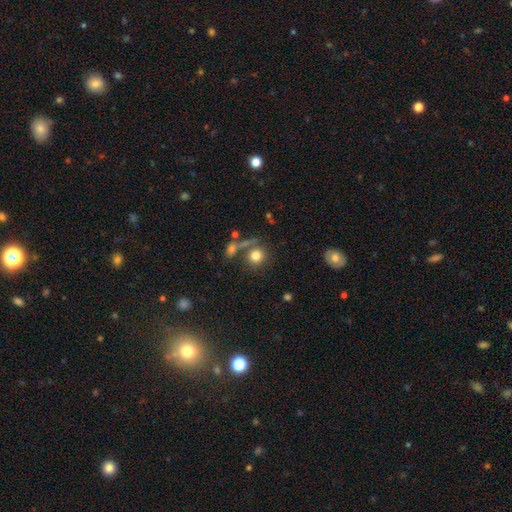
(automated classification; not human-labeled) Smooth or featured: smooth — 78% (star or artifact — 11%)
How rounded: round — 86% (in between — 13%)
Merging: none — 63% (merger — 18%)